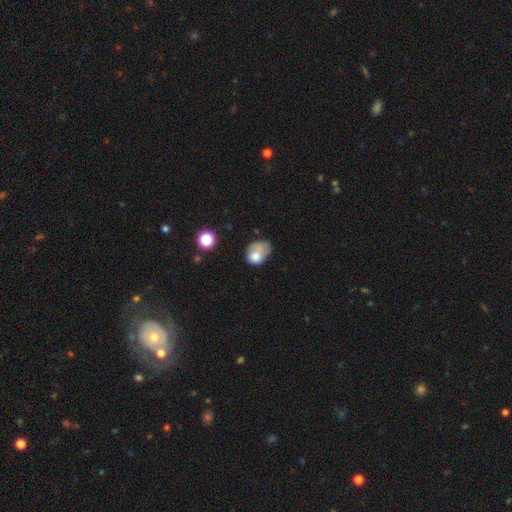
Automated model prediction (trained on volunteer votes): A smooth galaxy with no disk features (72%) that is in between round and cigar-shaped (64%). Merging: minor disturbance (34%).